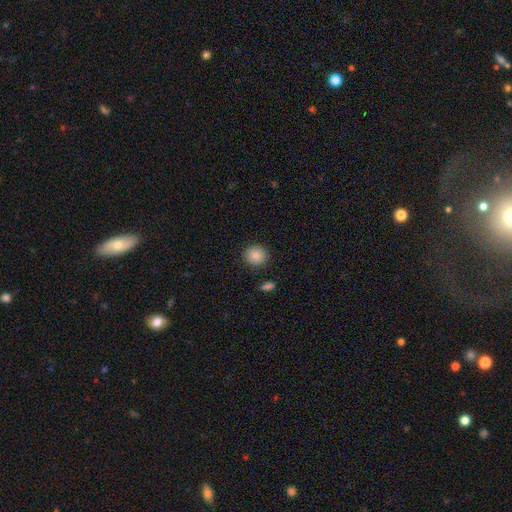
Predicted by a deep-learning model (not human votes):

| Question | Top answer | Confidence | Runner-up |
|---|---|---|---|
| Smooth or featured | smooth | 87% | star or artifact (8%) |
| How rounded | round | 81% | in between (18%) |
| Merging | none | 88% | minor disturbance (8%) |